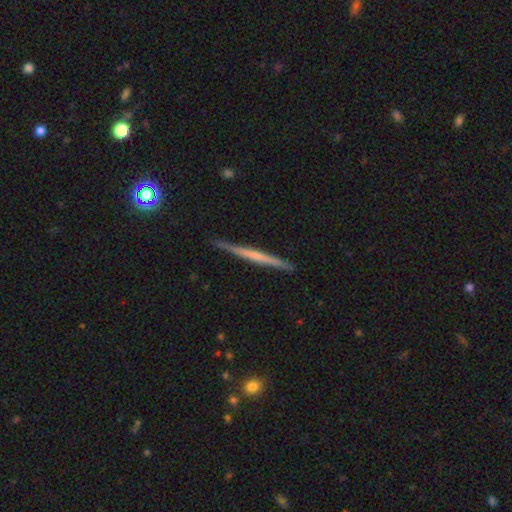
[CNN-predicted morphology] smooth-or-featured: featured or disk: 59% | smooth: 35% | star or artifact: 6%
  disk-edge-on: yes: 98% | no: 2%
    edge-on-bulge: none: 73% | rounded: 18% | boxy: 9%
  merging: none: 89% | minor disturbance: 8% | major disturbance: 2% | merger: 1%